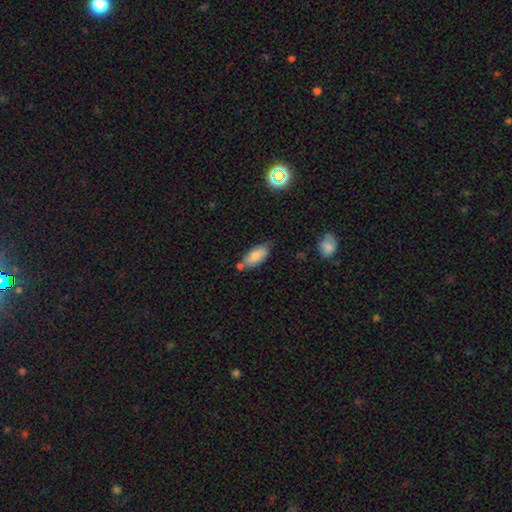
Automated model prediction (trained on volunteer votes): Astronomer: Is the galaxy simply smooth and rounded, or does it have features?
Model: smooth — 81%.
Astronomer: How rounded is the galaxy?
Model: in between — 86%.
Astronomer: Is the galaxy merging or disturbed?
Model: none — 65%.